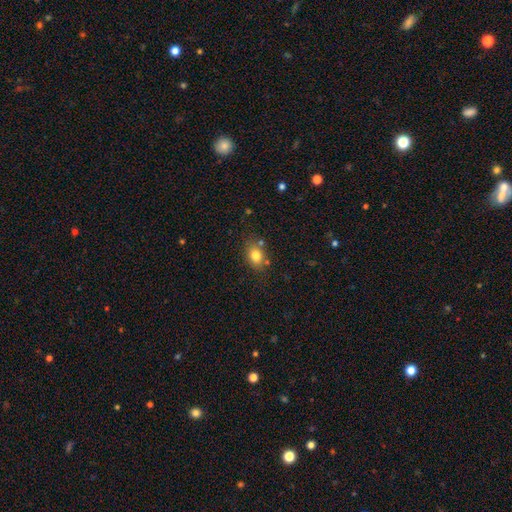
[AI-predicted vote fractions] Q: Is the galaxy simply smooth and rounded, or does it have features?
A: smooth — 81%.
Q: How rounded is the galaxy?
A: in between — 69%.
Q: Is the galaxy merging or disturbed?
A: none — 73%.